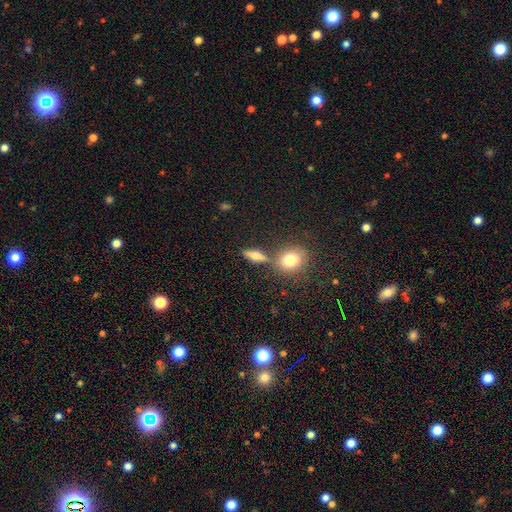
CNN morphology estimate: Smooth or featured? Predicted: smooth (p=0.56). How rounded? Predicted: in between (p=0.45). Merging? Predicted: none (p=0.72).